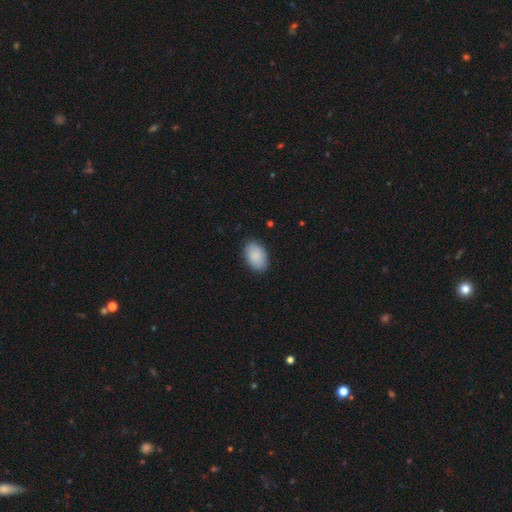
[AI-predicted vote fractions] Smooth or featured? smooth (89%)
How rounded? in between (91%)
Merging? none (86%)